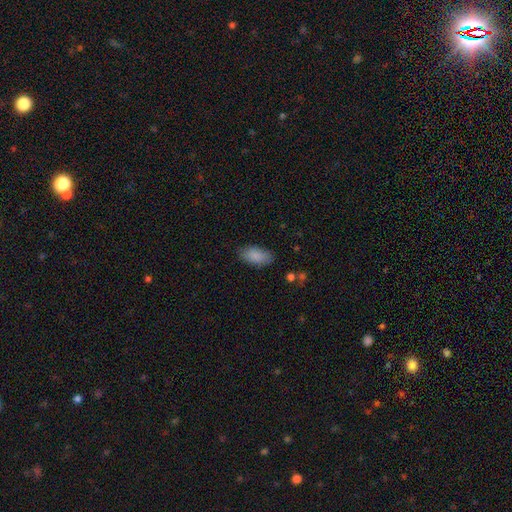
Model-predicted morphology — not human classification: smooth_or_featured: smooth (p=0.88) [alt: star or artifact p=0.07]
how_rounded: in between (p=0.93) [alt: cigar-shaped p=0.05]
merging: none (p=0.83) [alt: minor disturbance p=0.13]